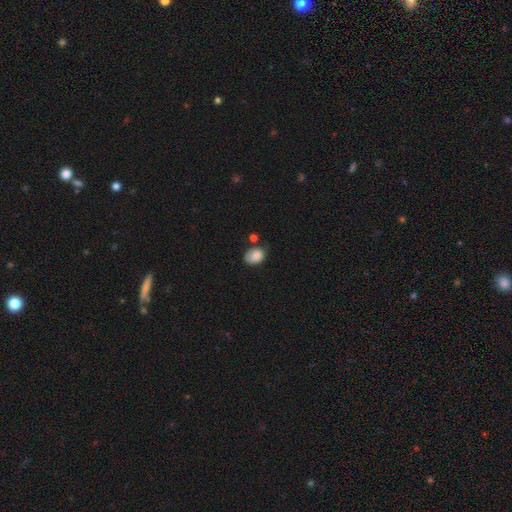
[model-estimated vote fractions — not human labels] Morphology: type=smooth (85%); roundness=in between (72%); merging=none (55%).